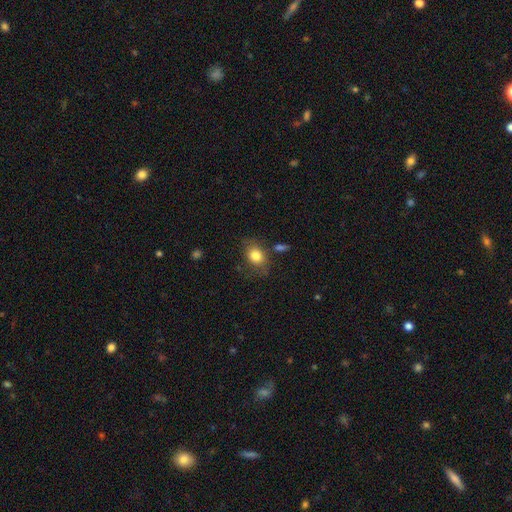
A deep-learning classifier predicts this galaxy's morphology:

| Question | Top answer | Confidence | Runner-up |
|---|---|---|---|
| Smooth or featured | smooth | 80% | featured or disk (11%) |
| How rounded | in between | 62% | round (37%) |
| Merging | none | 68% | minor disturbance (20%) |